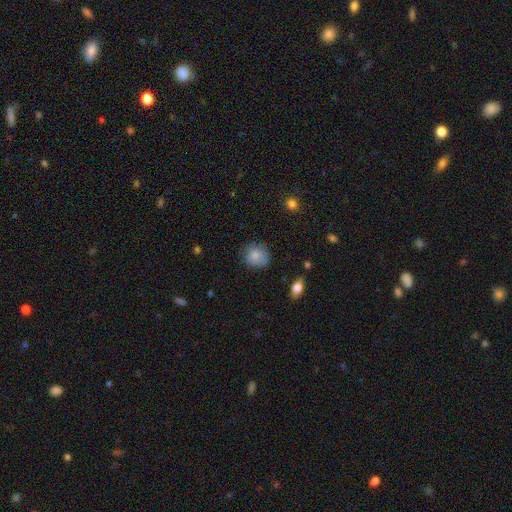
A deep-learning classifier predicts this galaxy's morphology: Smooth or featured? Predicted: smooth (p=0.80). How rounded? Predicted: round (p=0.80). Merging? Predicted: none (p=0.68).